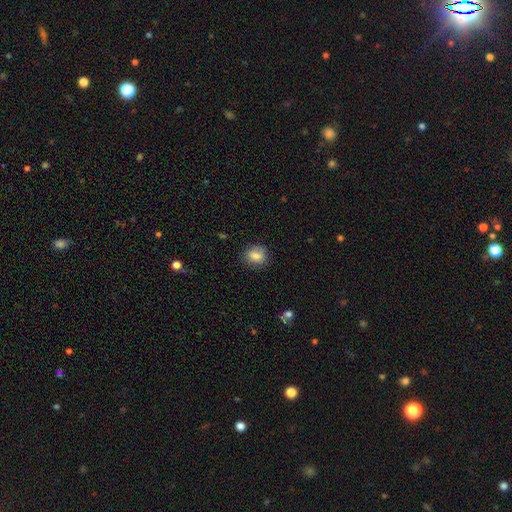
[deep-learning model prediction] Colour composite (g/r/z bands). It shows a smooth galaxy with no disk features (82%) that is round (64%). Merging: none (80%).